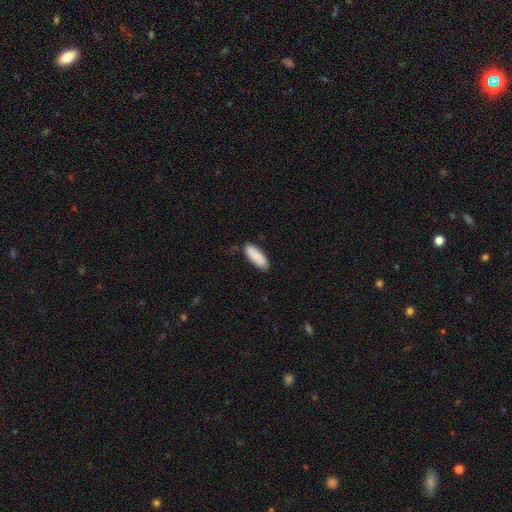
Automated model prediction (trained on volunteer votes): Smooth or featured? Predicted: smooth (p=0.88). How rounded? Predicted: in between (p=0.65). Merging? Predicted: none (p=0.81).